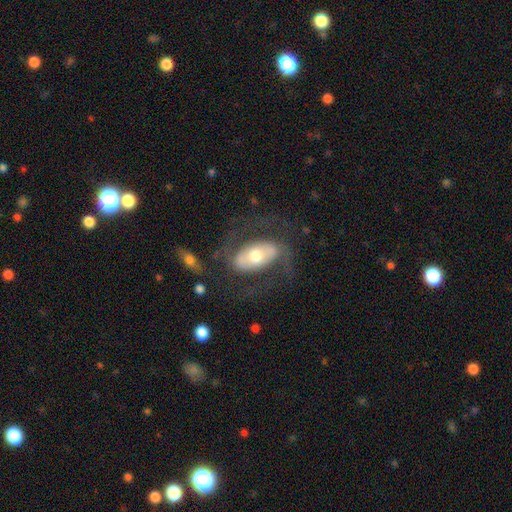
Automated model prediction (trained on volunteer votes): The model was most divided on "bar": no: 40%, weak: 30%, strong: 30%. More confident: edge-on disk — no (93%); spiral arms — yes (73%); smooth or featured — featured or disk (69%); bulge size — moderate (65%); merging — none (65%).